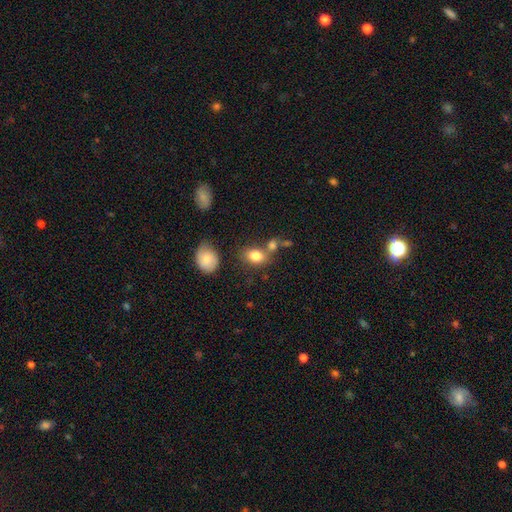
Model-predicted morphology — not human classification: smooth 81%, star or artifact 10%, featured or disk 9%. Down the decision tree: how rounded — in between (71%); merging — none (52%).